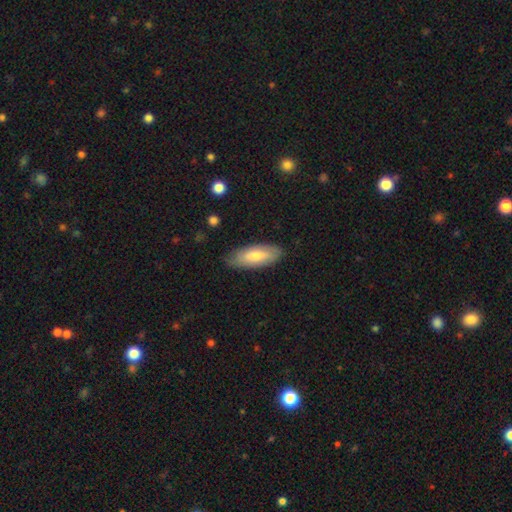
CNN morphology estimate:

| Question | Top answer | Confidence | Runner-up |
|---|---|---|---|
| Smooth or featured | smooth | 64% | featured or disk (30%) |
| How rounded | in between | 76% | cigar-shaped (21%) |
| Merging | none | 80% | minor disturbance (16%) |